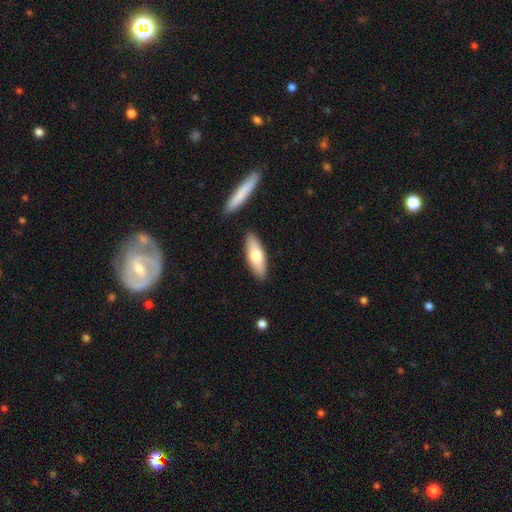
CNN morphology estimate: Smooth or featured?
  - smooth: 68% *
  - featured or disk: 26%
  - star or artifact: 6%
How rounded?
  - in between: 58% *
  - cigar-shaped: 40%
  - round: 2%
Merging?
  - none: 86% *
  - minor disturbance: 9%
  - merger: 3%
  - major disturbance: 2%